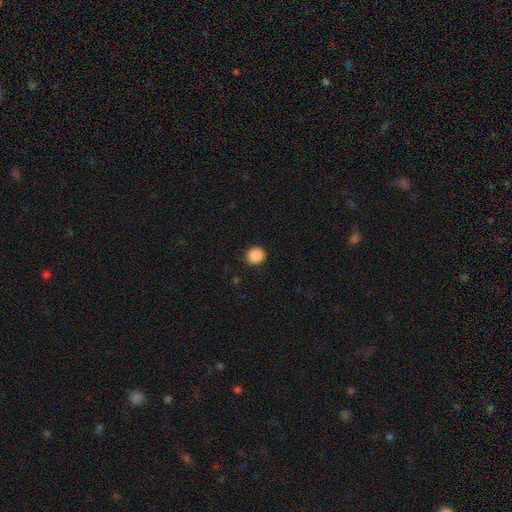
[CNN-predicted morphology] Q: Smooth or featured?
A: smooth (89%); runner-up: star or artifact (9%)
Q: How rounded?
A: round (88%); runner-up: in between (11%)
Q: Merging?
A: none (88%); runner-up: minor disturbance (8%)